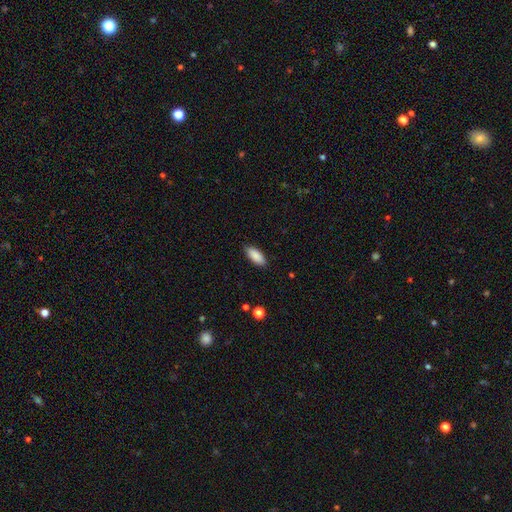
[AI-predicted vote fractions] Smooth or featured? Predicted: smooth (p=0.89). How rounded? Predicted: in between (p=0.83). Merging? Predicted: none (p=0.88).